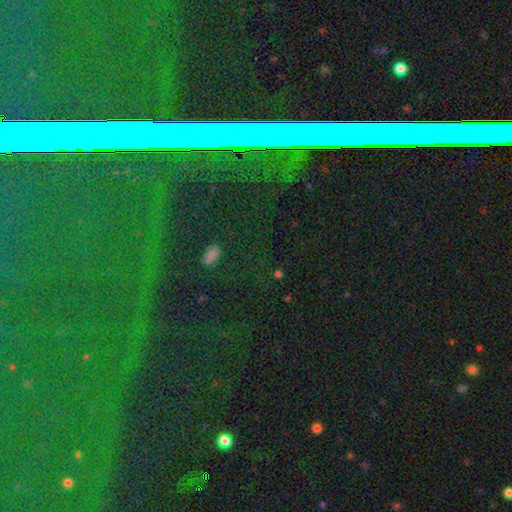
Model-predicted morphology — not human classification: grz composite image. It shows a star or artifact, not a galaxy (72%).